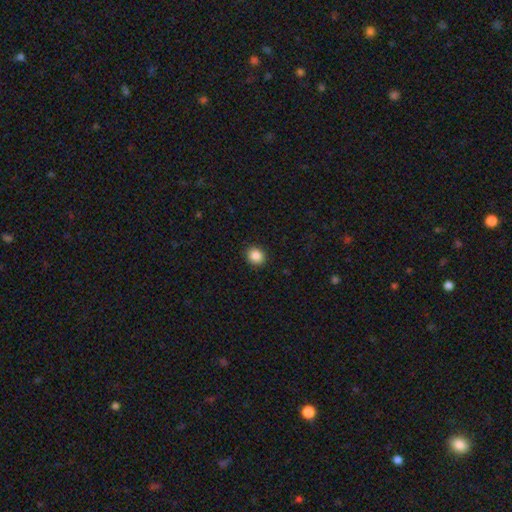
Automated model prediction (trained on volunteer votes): Smooth or featured?
  - smooth: 87% *
  - star or artifact: 9%
  - featured or disk: 4%
How rounded?
  - round: 75% *
  - in between: 24%
  - cigar-shaped: 1%
Merging?
  - none: 91% *
  - minor disturbance: 6%
  - major disturbance: 2%
  - merger: 1%